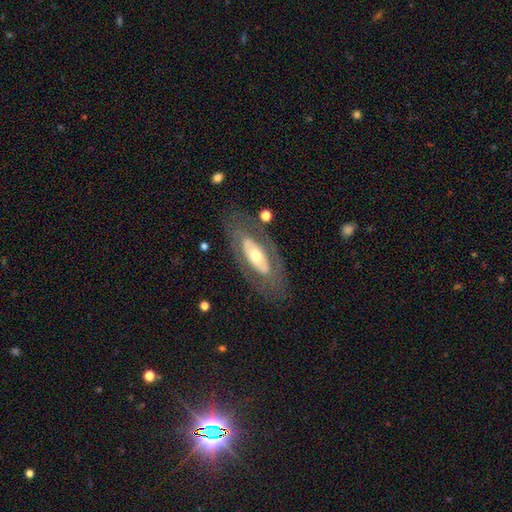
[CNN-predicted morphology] Overall: featured or disk (64%; smooth 30%). Edge-on disk: no (83%). Bar: no (74%). Spiral arms: no (75%). Bulge size: moderate (56%; small 30%). Merging: none (75%).